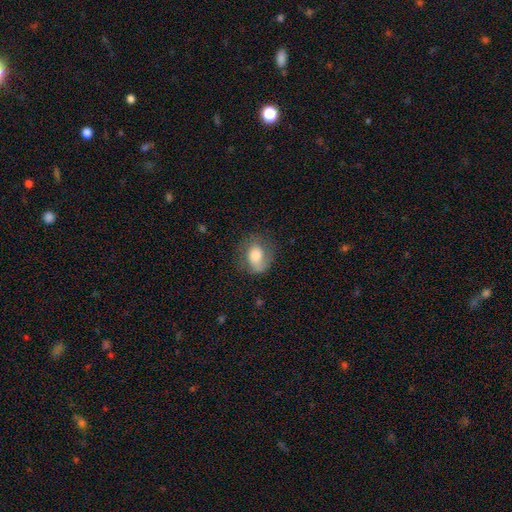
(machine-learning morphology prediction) A smooth galaxy with no disk features (61%) that is in between round and cigar-shaped (55%).

Vote fractions:
- Smooth or featured? smooth: 61% / featured or disk: 30% / star or artifact: 8%
- How rounded? in between: 55% / round: 43% / cigar-shaped: 1%
- Merging? none: 61% / minor disturbance: 24% / major disturbance: 14% / merger: 2%